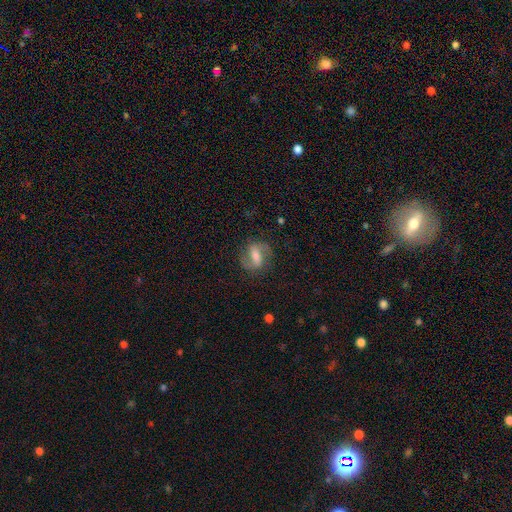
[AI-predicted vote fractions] smooth-or-featured: featured or disk: 62% | smooth: 30% | star or artifact: 8%
  disk-edge-on: no: 95% | yes: 5%
    bar: strong: 47% | weak: 38% | no: 15%
    has-spiral-arms: yes: 85% | no: 15%
    bulge-size: moderate: 41% | small: 23% | large: 19% | none: 14% | dominant: 3%
  merging: none: 75% | minor disturbance: 15% | major disturbance: 8% | merger: 1%